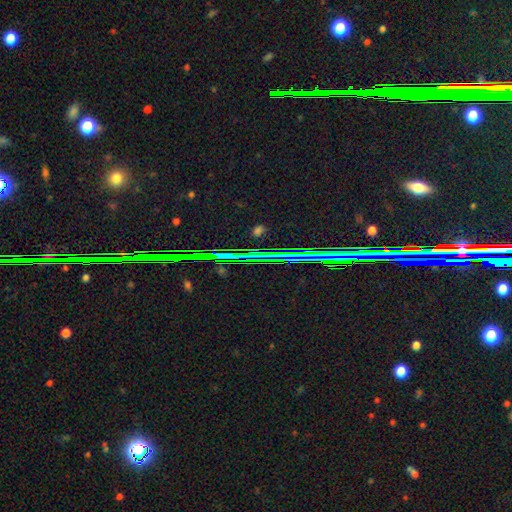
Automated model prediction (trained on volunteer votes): Q: Smooth or featured?
A: star or artifact (82%); runner-up: featured or disk (10%)